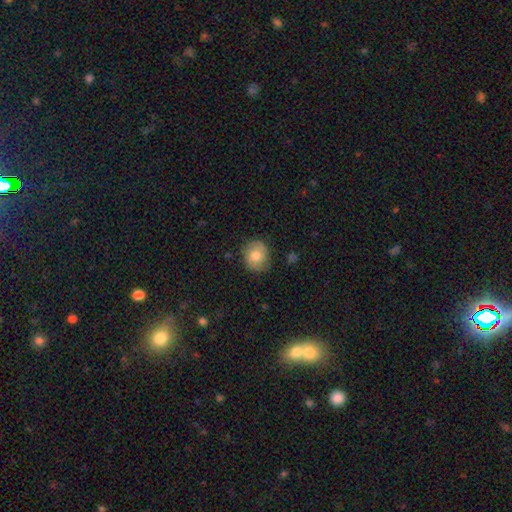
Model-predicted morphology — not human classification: A smooth galaxy with no disk features (73%) that is round (72%).

Vote fractions:
- Smooth or featured? smooth: 73% / featured or disk: 19% / star or artifact: 8%
- How rounded? round: 72% / in between: 27% / cigar-shaped: 1%
- Merging? none: 80% / minor disturbance: 15% / major disturbance: 4% / merger: 1%